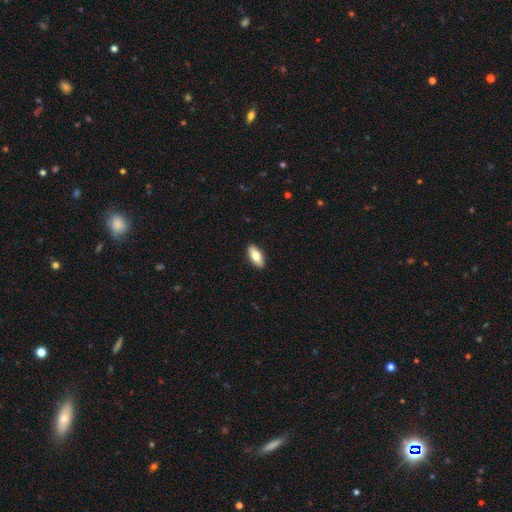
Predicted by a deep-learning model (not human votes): Morphology: type=smooth (75%); roundness=in between (84%); merging=none (91%).